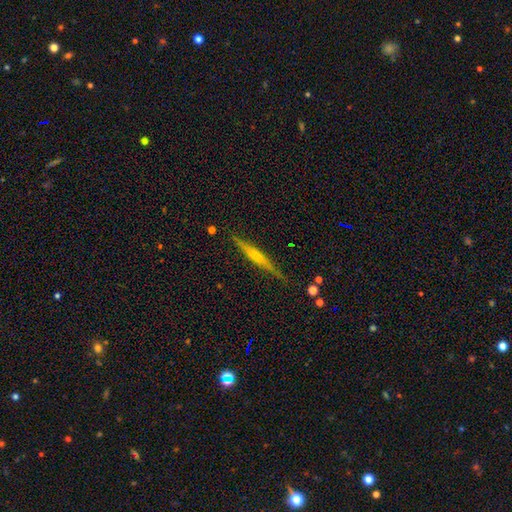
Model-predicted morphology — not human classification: smooth-or-featured: featured or disk: 58% | smooth: 35% | star or artifact: 7%
  disk-edge-on: yes: 97% | no: 3%
    edge-on-bulge: none: 43% | rounded: 38% | boxy: 19%
  merging: none: 86% | minor disturbance: 10% | major disturbance: 2% | merger: 1%